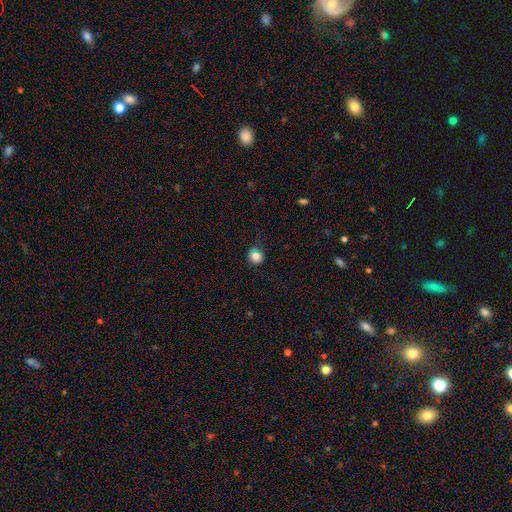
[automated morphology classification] smooth 79%, star or artifact 15%, featured or disk 5%. Down the decision tree: how rounded — round (88%); merging — none (80%).